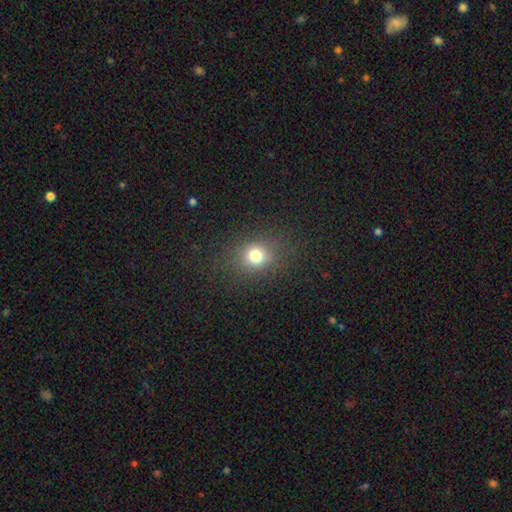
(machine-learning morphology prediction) The model was most divided on "how rounded": round: 72%, in between: 27%, cigar-shaped: 1%. More confident: merging — none (84%); smooth or featured — smooth (75%).